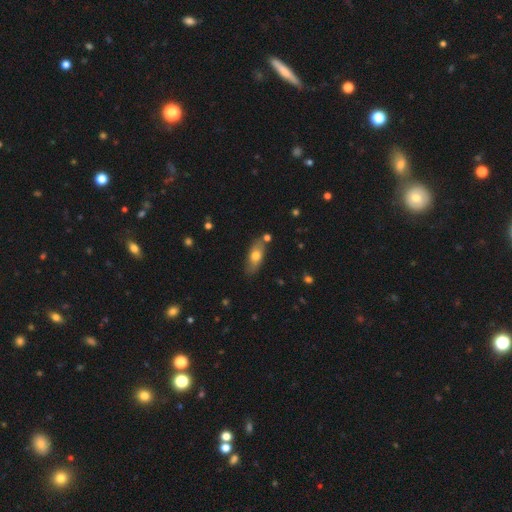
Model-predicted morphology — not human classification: Smooth or featured: smooth — 67% (featured or disk — 26%)
How rounded: in between — 73% (cigar-shaped — 23%)
Merging: none — 77% (minor disturbance — 14%)